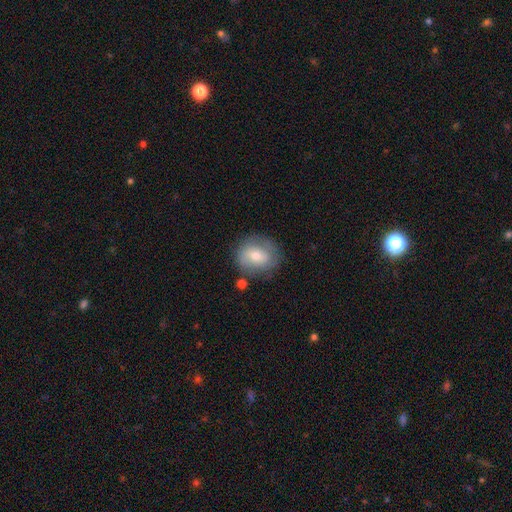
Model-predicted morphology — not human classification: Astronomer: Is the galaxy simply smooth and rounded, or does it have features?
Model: smooth — 59%.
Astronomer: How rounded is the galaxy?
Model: round — 78%.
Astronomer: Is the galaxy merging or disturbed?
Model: none — 71%.